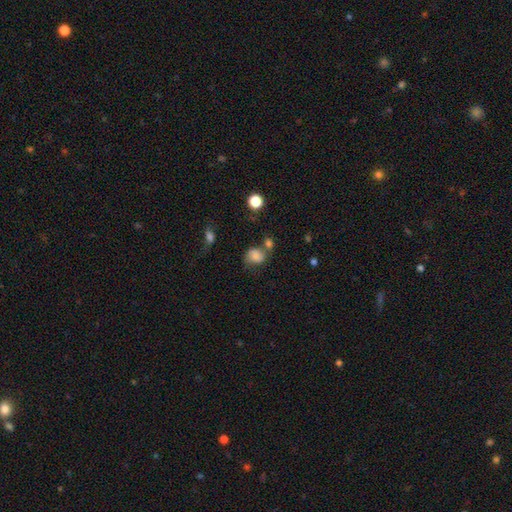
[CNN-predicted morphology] Overall: smooth (76%). How rounded: round (55%; in between 44%). Merging: none (44%; merger 23%).